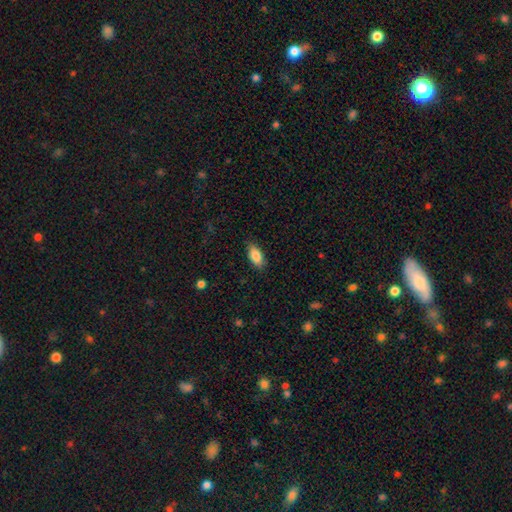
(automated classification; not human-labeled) Smooth or featured? smooth (85%)
How rounded? in between (89%)
Merging? none (84%)